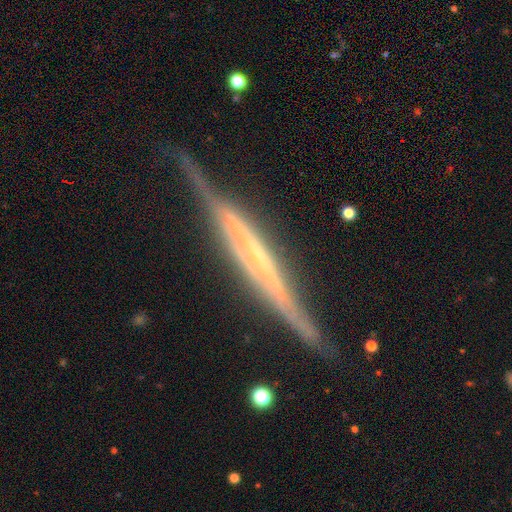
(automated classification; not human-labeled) This appears to be a featured or disk galaxy (85%) viewed edge-on (97%) with no central bulge (50%). Merging: none (74%).